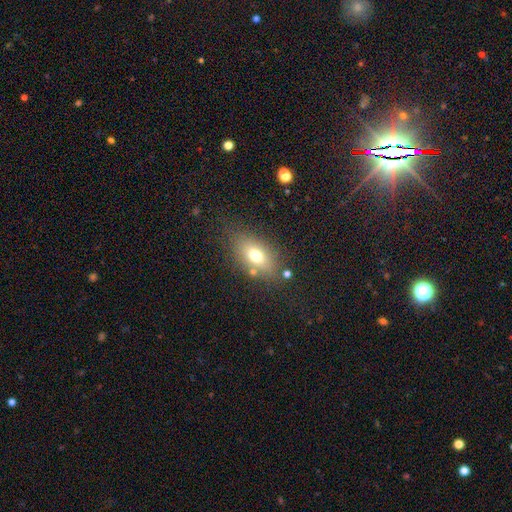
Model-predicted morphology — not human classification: This is likely a smooth galaxy (71%). How rounded: clearly in between (82%). Merging: likely none (75%).